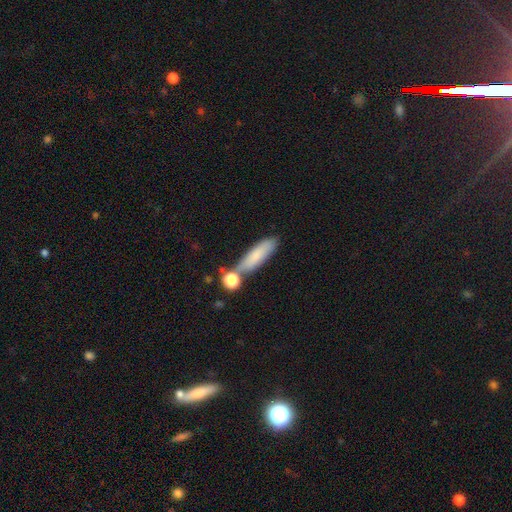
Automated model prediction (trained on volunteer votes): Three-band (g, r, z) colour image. It shows a smooth galaxy with no disk features (76%) that is cigar-shaped (61%). Merging: none (61%).